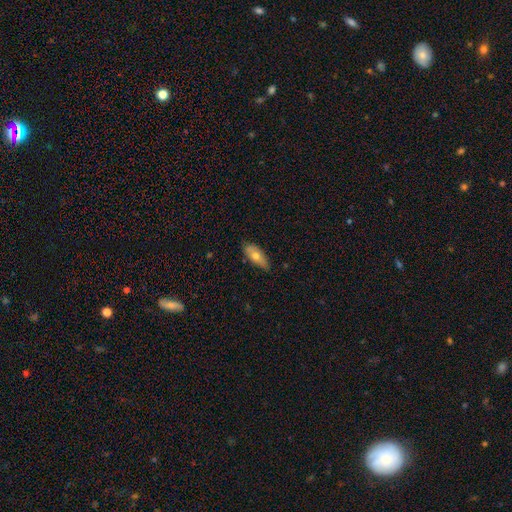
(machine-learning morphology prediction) A smooth galaxy with no disk features (64%) that is in between round and cigar-shaped (76%).

Vote fractions:
- Smooth or featured? smooth: 64% / featured or disk: 30% / star or artifact: 7%
- How rounded? in between: 76% / cigar-shaped: 21% / round: 3%
- Merging? none: 72% / minor disturbance: 23% / major disturbance: 3% / merger: 1%